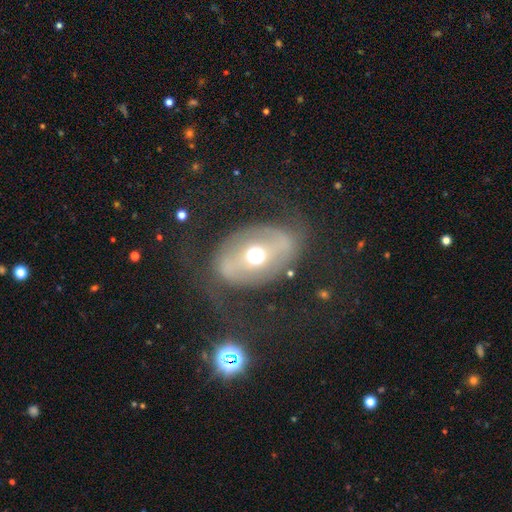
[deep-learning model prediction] Smooth or featured?
  - featured or disk: 68% *
  - smooth: 24%
  - star or artifact: 8%
Edge-on disk?
  - no: 93% *
  - yes: 7%
Bar?
  - strong: 41% *
  - no: 31%
  - weak: 28%
Spiral arms?
  - no: 51% *
  - yes: 49%
Bulge size?
  - moderate: 67% *
  - large: 22%
  - small: 6%
  - dominant: 4%
  - none: 1%
Merging?
  - none: 64% *
  - major disturbance: 19%
  - minor disturbance: 15%
  - merger: 2%